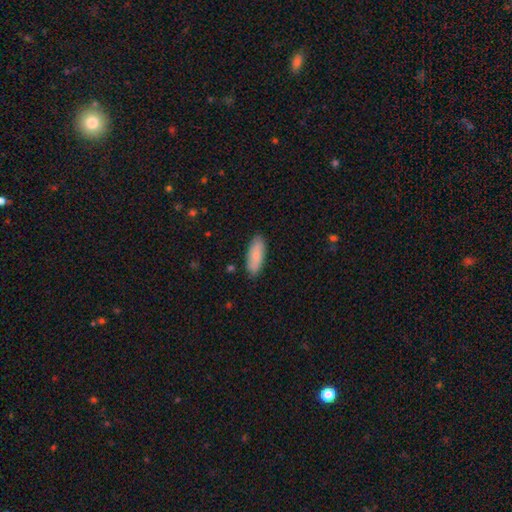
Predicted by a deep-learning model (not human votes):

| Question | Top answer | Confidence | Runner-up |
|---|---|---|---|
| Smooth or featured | smooth | 85% | featured or disk (9%) |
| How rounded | in between | 73% | cigar-shaped (25%) |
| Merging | none | 87% | minor disturbance (10%) |